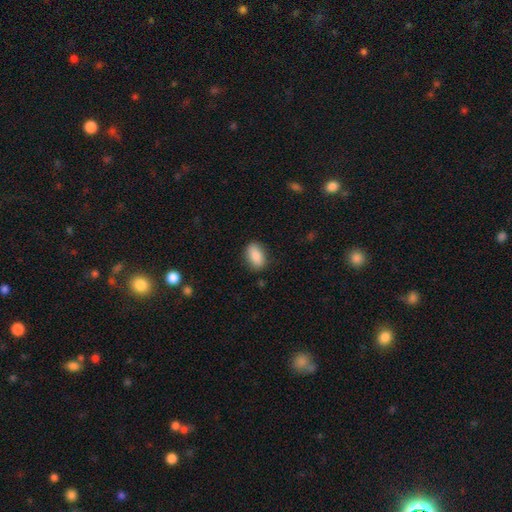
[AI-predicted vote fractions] The model was most divided on "merging": none: 84%, minor disturbance: 12%, major disturbance: 3%, merger: 1%. More confident: how rounded — in between (89%); smooth or featured — smooth (86%).